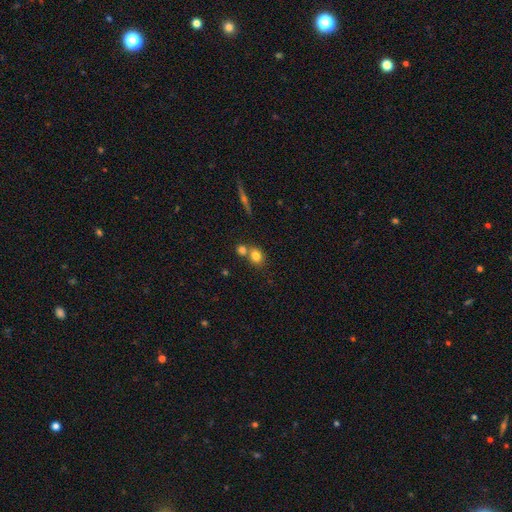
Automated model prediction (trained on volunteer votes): This is likely a smooth galaxy (79%). How rounded: likely round (67%). Merging: possibly none (48%).